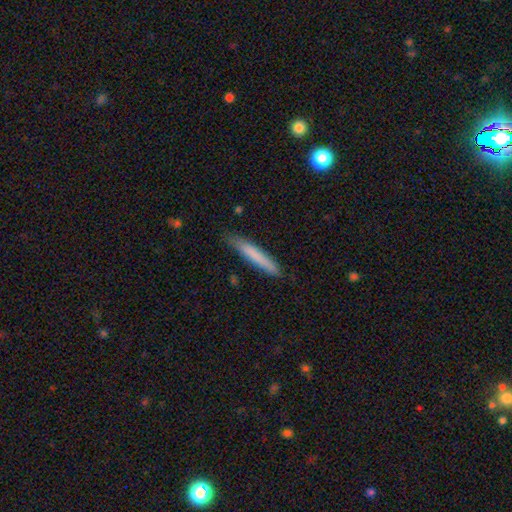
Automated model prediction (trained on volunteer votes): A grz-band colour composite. It shows a smooth galaxy with no disk features (76%) that is cigar-shaped (94%). Merging: none (84%).